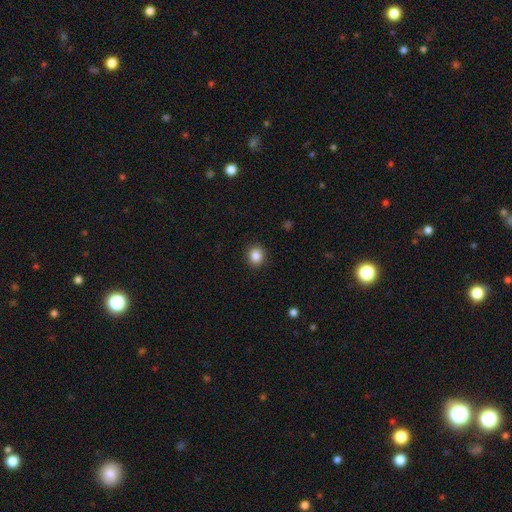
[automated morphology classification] smooth_or_featured: smooth (p=0.86) [alt: star or artifact p=0.10]
how_rounded: round (p=0.78) [alt: in between p=0.21]
merging: none (p=0.90) [alt: minor disturbance p=0.06]